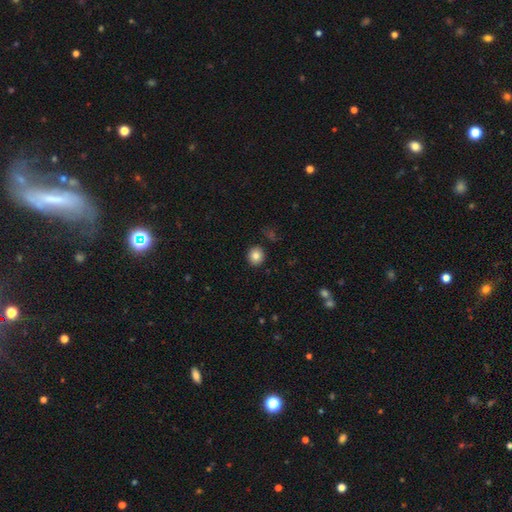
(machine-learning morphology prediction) A smooth galaxy with no disk features (84%) that is round (88%).

Vote fractions:
- Smooth or featured? smooth: 84% / star or artifact: 10% / featured or disk: 7%
- How rounded? round: 88% / in between: 11% / cigar-shaped: 1%
- Merging? none: 90% / minor disturbance: 6% / major disturbance: 2% / merger: 1%